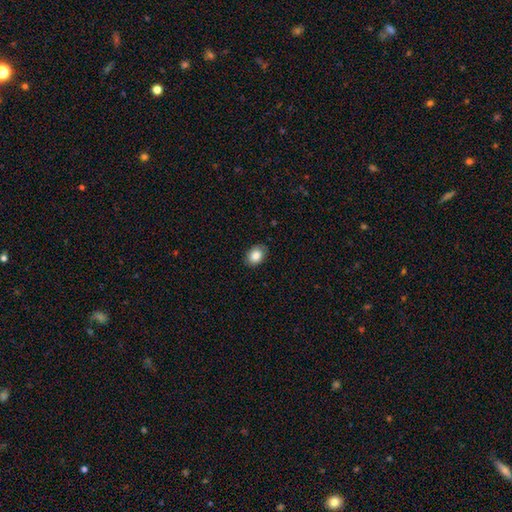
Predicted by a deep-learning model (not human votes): The model was most divided on "how rounded": in between: 74%, round: 25%, cigar-shaped: 1%. More confident: smooth or featured — smooth (85%); merging — none (84%).